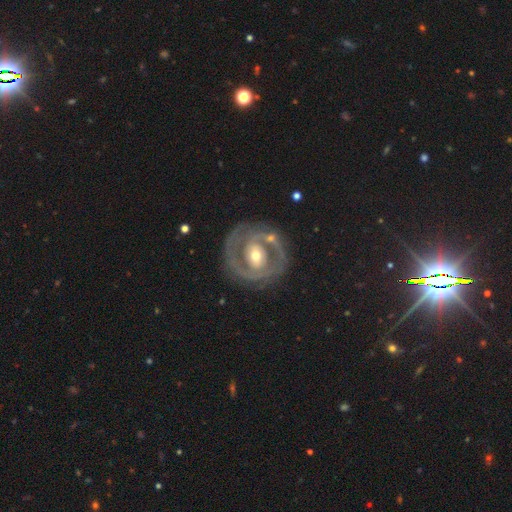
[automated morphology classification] smooth_or_featured: featured or disk (p=0.82) [alt: smooth p=0.14]
disk_edge_on: no (p=0.96) [alt: yes p=0.04]
bar: no (p=0.43) [alt: weak p=0.35]
has_spiral_arms: yes (p=0.75) [alt: no p=0.25]
spiral_winding: tight (p=0.55) [alt: medium p=0.34]
spiral_arm_count: 2 (p=0.65) [alt: can't tell p=0.16]
bulge_size: moderate (p=0.67) [alt: small p=0.24]
merging: none (p=0.72) [alt: minor disturbance p=0.16]